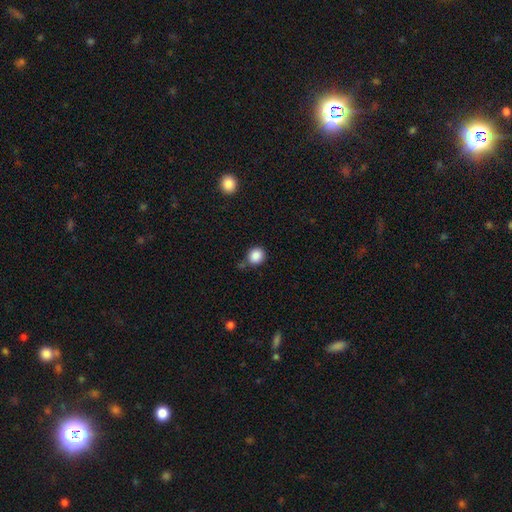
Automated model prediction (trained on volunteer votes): Smooth or featured: smooth — 87% (star or artifact — 9%)
How rounded: round — 81% (in between — 18%)
Merging: none — 72% (minor disturbance — 17%)